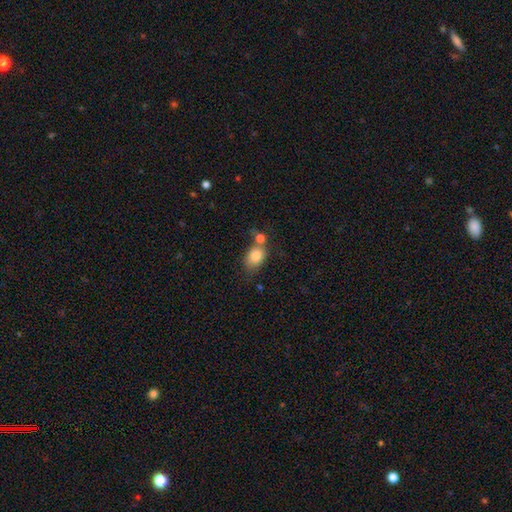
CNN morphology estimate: This is clearly a smooth galaxy (82%). How rounded: likely in between (65%). Merging: marginally none (42%).